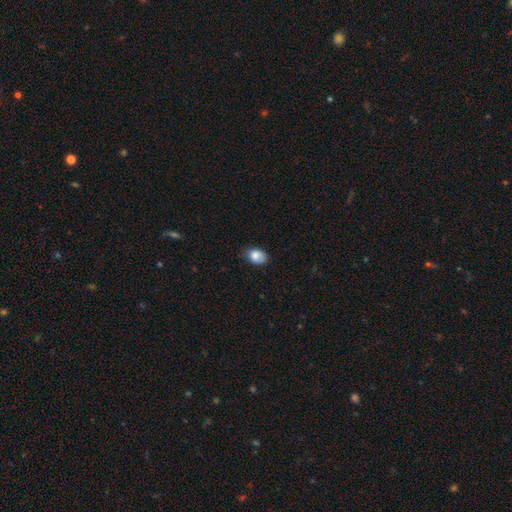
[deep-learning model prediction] Smooth or featured?
  - smooth: 83% *
  - featured or disk: 9%
  - star or artifact: 8%
How rounded?
  - in between: 81% *
  - round: 18%
  - cigar-shaped: 1%
Merging?
  - none: 61% *
  - minor disturbance: 31%
  - major disturbance: 7%
  - merger: 1%